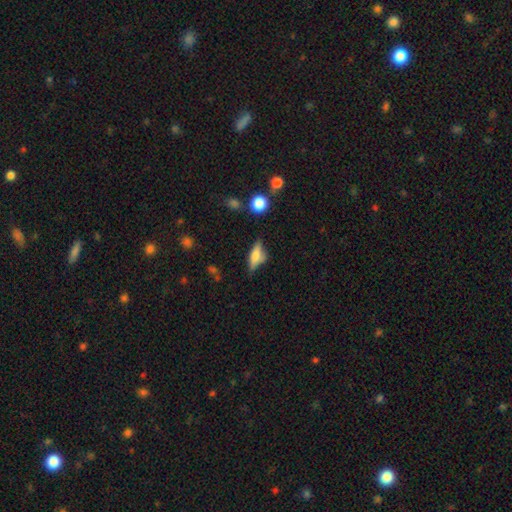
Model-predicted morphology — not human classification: The model was most divided on "smooth or featured": smooth: 51%, featured or disk: 39%, star or artifact: 9%. More confident: how rounded — in between (65%); merging — none (57%).